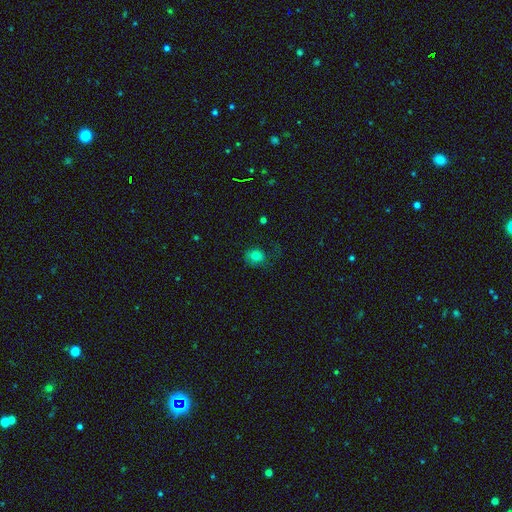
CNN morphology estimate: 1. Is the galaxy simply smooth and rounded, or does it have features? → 76% smooth, 13% star or artifact, 12% featured or disk.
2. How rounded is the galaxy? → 66% round, 33% in between, 1% cigar-shaped.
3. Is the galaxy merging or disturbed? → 57% none, 23% minor disturbance, 17% major disturbance, 2% merger.